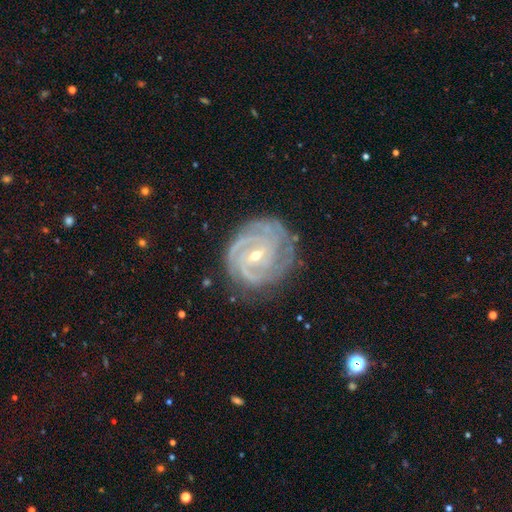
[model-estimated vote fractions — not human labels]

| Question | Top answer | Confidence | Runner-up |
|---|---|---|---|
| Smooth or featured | featured or disk | 89% | star or artifact (5%) |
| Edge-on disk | no | 97% | yes (3%) |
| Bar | weak | 46% | no (33%) |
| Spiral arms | yes | 98% | no (2%) |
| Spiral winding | tight | 75% | medium (22%) |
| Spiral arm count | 3 | 31% | can't tell (21%) |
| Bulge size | small | 60% | moderate (38%) |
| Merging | none | 75% | minor disturbance (18%) |